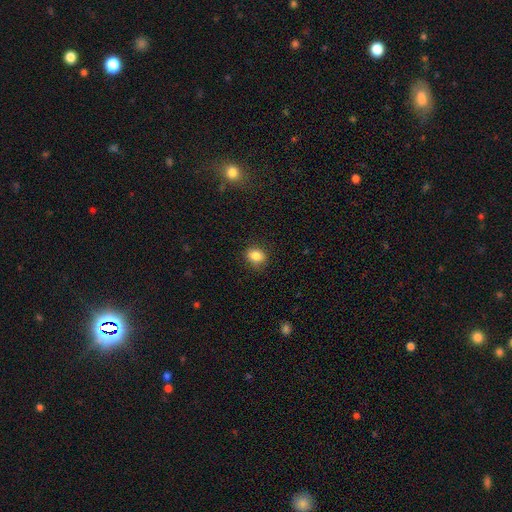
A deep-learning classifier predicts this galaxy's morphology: Q: Smooth or featured?
A: smooth (84%); runner-up: star or artifact (10%)
Q: How rounded?
A: round (53%); runner-up: in between (46%)
Q: Merging?
A: none (82%); runner-up: minor disturbance (14%)